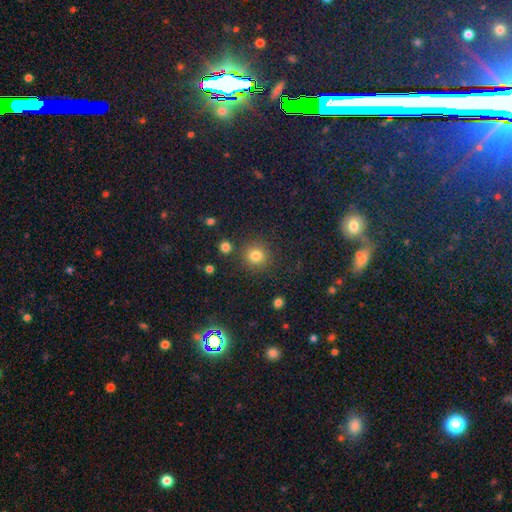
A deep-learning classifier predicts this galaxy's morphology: Q: Smooth or featured?
A: smooth (80%); runner-up: star or artifact (14%)
Q: How rounded?
A: round (91%); runner-up: in between (8%)
Q: Merging?
A: none (84%); runner-up: minor disturbance (8%)